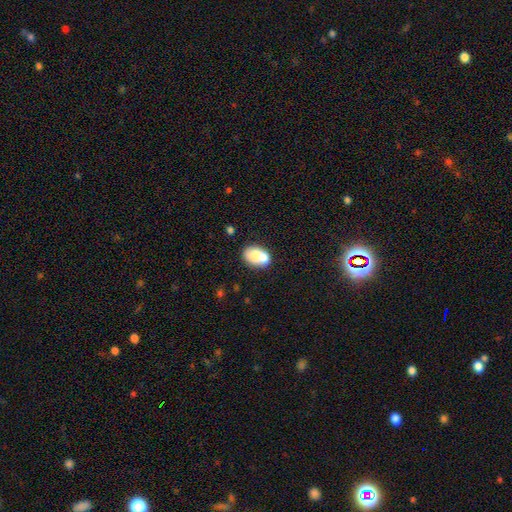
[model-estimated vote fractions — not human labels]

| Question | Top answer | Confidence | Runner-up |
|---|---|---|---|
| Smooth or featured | smooth | 70% | featured or disk (22%) |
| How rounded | in between | 69% | round (30%) |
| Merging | merger | 44% | none (38%) |